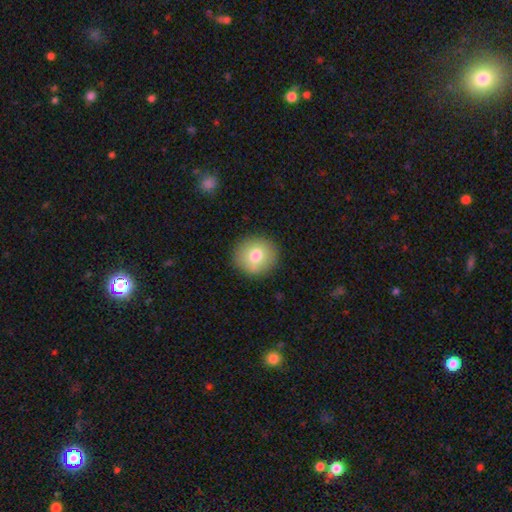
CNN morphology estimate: Q: Smooth or featured?
A: smooth (77%); runner-up: featured or disk (14%)
Q: How rounded?
A: round (89%); runner-up: in between (10%)
Q: Merging?
A: none (88%); runner-up: minor disturbance (8%)